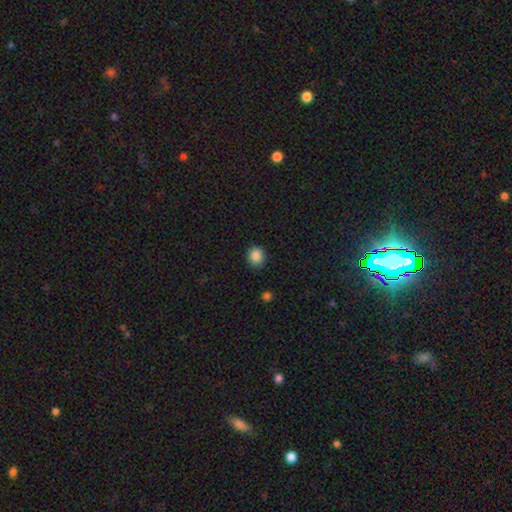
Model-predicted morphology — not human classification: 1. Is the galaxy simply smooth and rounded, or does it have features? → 87% smooth, 10% star or artifact, 3% featured or disk.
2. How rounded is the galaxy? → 78% round, 21% in between, 1% cigar-shaped.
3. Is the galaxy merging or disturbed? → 88% none, 9% minor disturbance, 2% major disturbance, 1% merger.